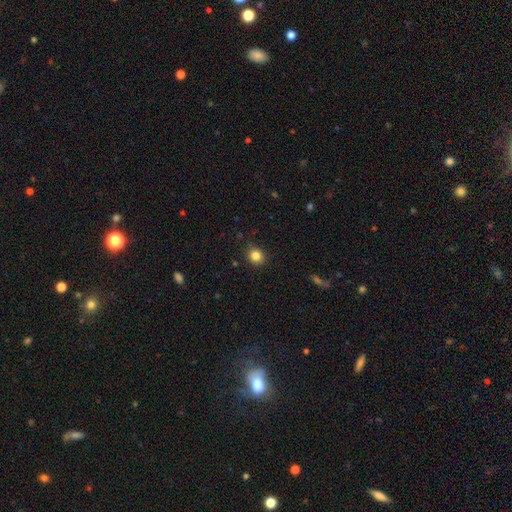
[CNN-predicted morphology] A smooth galaxy with no disk features (84%) that is round (76%).

Vote fractions:
- Smooth or featured? smooth: 84% / star or artifact: 11% / featured or disk: 5%
- How rounded? round: 76% / in between: 23% / cigar-shaped: 1%
- Merging? none: 87% / minor disturbance: 9% / major disturbance: 2% / merger: 1%